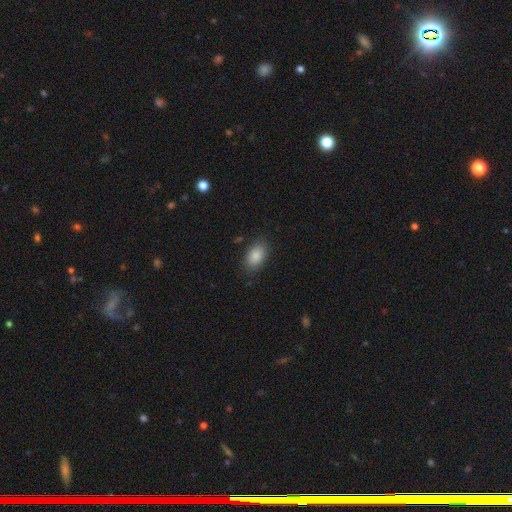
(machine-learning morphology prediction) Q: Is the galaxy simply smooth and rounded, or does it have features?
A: smooth — 88%.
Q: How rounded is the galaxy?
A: in between — 90%.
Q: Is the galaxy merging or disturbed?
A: none — 84%.